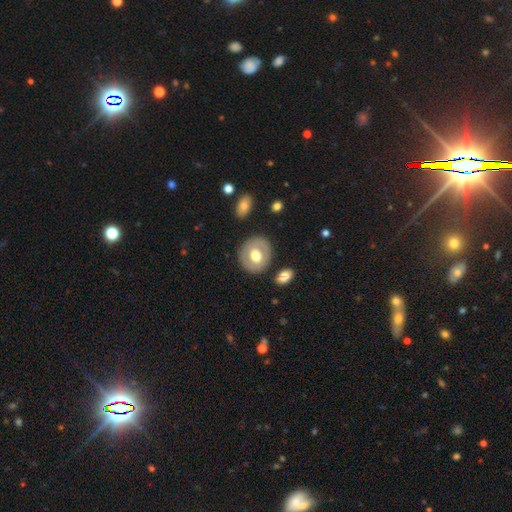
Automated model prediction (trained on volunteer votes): smooth 52%, featured or disk 42%, star or artifact 6%. Down the decision tree: how rounded — round (75%); merging — none (82%).